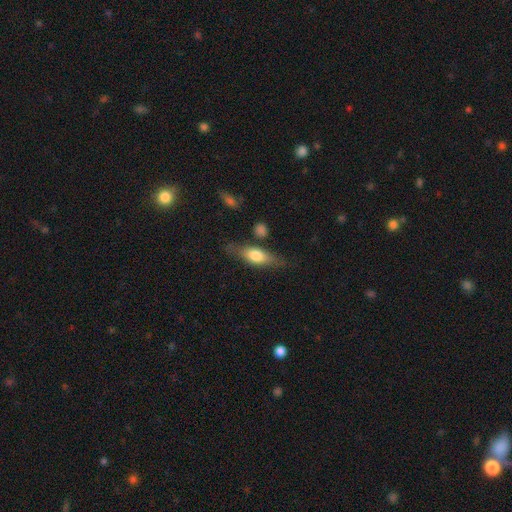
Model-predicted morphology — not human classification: A smooth galaxy with no disk features (57%) that is in between round and cigar-shaped (52%).

Vote fractions:
- Smooth or featured? smooth: 57% / featured or disk: 36% / star or artifact: 6%
- How rounded? in between: 52% / cigar-shaped: 44% / round: 4%
- Merging? none: 70% / minor disturbance: 18% / major disturbance: 6% / merger: 5%